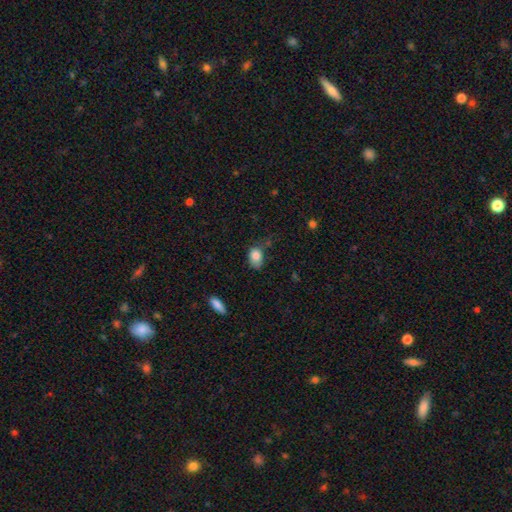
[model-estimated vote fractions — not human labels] A smooth galaxy with no disk features (83%) that is in between round and cigar-shaped (74%). Merging: none (48%).